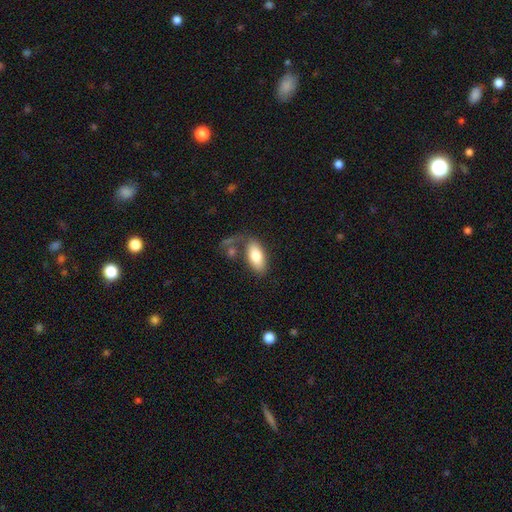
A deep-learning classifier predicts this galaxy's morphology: Smooth or featured?
  - smooth: 79% *
  - featured or disk: 15%
  - star or artifact: 6%
How rounded?
  - in between: 90% *
  - cigar-shaped: 7%
  - round: 3%
Merging?
  - none: 64% *
  - minor disturbance: 15%
  - merger: 13%
  - major disturbance: 7%